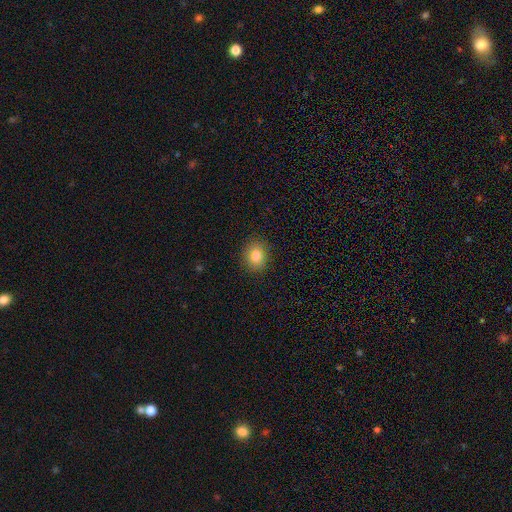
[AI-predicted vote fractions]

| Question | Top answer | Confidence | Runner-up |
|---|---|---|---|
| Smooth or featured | smooth | 81% | star or artifact (11%) |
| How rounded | round | 64% | in between (35%) |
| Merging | none | 89% | minor disturbance (8%) |